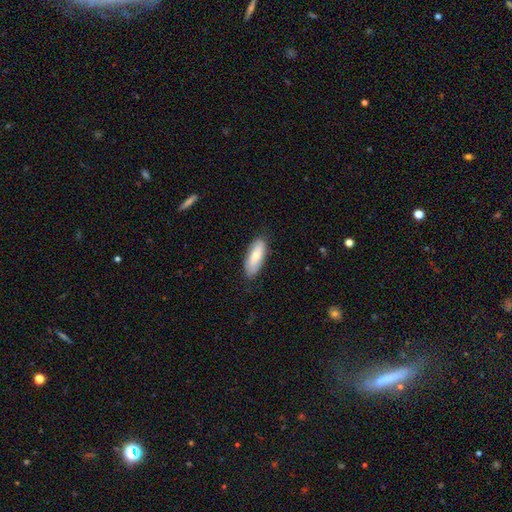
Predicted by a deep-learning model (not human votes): This is likely a smooth galaxy (73%). How rounded: likely in between (76%). Merging: clearly none (81%).